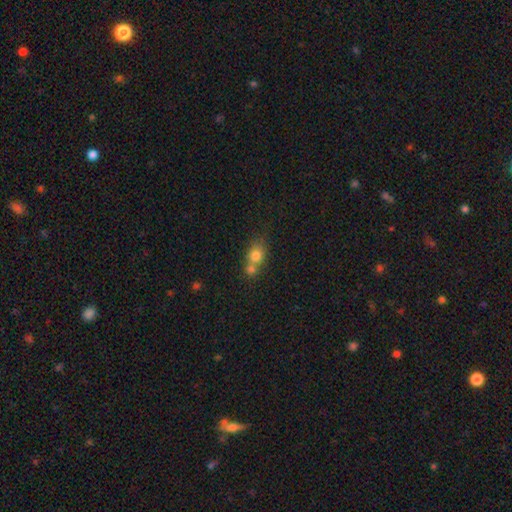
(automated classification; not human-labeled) This appears to be a smooth galaxy with no disk features (76%) that is round (57%). Merging: merger (56%).